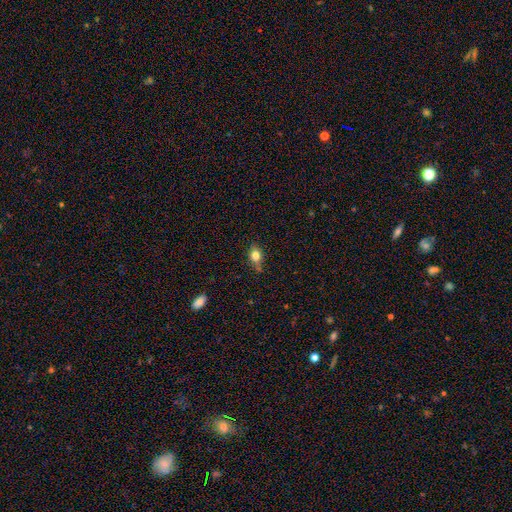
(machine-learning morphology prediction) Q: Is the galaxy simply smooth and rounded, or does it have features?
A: smooth — 73%.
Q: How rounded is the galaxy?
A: in between — 67%.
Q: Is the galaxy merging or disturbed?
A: none — 69%.